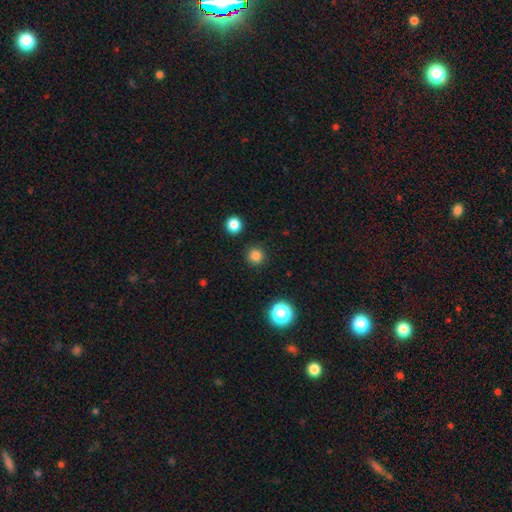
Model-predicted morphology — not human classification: Smooth or featured: smooth — 82% (star or artifact — 14%)
How rounded: round — 94% (in between — 5%)
Merging: none — 91% (minor disturbance — 5%)